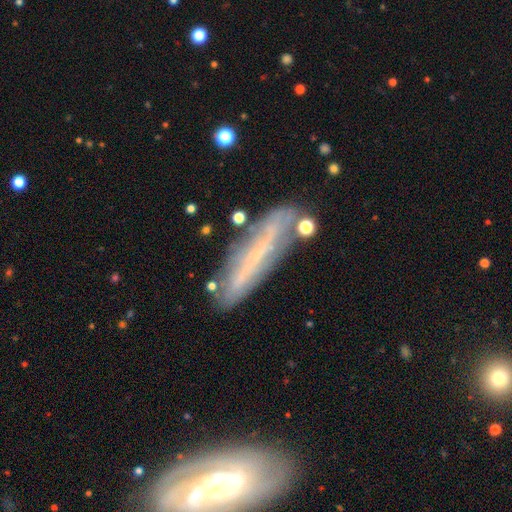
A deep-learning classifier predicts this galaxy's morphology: Smooth or featured? featured or disk (53%)
Edge-on disk? yes (60%)
Merging? none (72%)